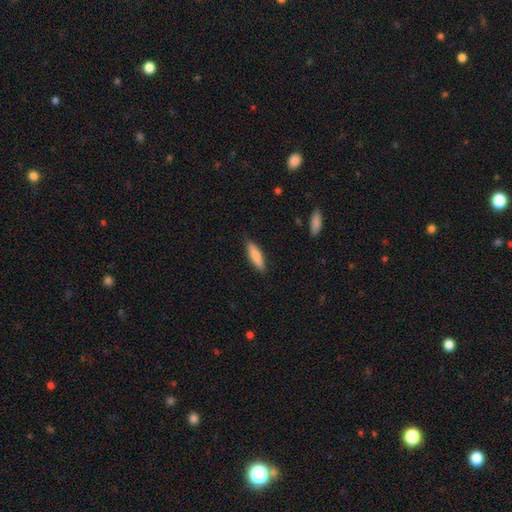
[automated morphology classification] Smooth or featured? Predicted: smooth (p=0.81). How rounded? Predicted: cigar-shaped (p=0.68). Merging? Predicted: none (p=0.86).